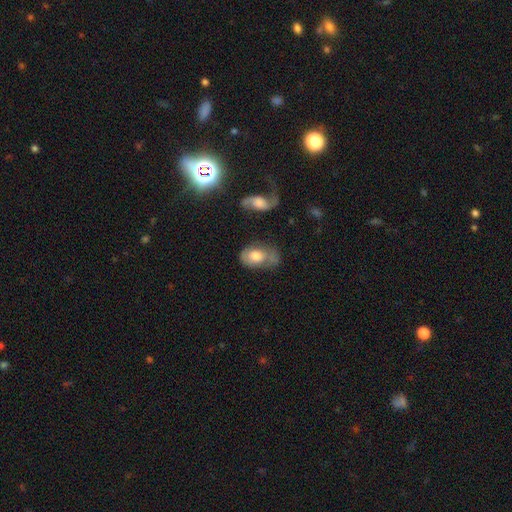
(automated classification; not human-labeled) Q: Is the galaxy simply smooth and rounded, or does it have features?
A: smooth — 62%.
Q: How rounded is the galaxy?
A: in between — 86%.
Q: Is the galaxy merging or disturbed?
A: none — 37%.